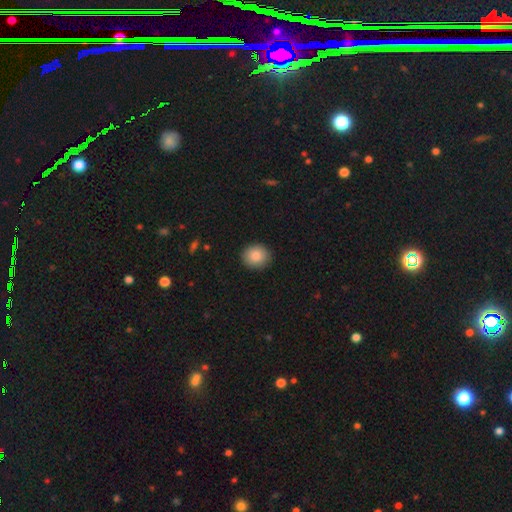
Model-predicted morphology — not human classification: smooth-or-featured: smooth: 87% | star or artifact: 8% | featured or disk: 6%
  how-rounded: round: 80% | in between: 19% | cigar-shaped: 1%
  merging: none: 91% | minor disturbance: 7% | major disturbance: 2% | merger: 1%